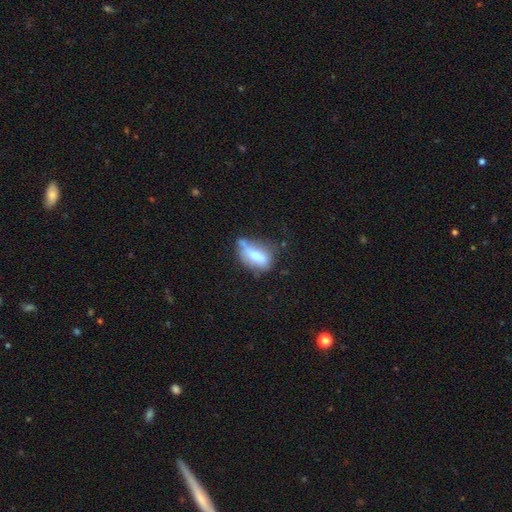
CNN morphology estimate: A smooth galaxy with no disk features (61%) that is in between round and cigar-shaped (71%).

Vote fractions:
- Smooth or featured? smooth: 61% / featured or disk: 31% / star or artifact: 9%
- How rounded? in between: 71% / cigar-shaped: 24% / round: 5%
- Merging? none: 39% / minor disturbance: 30% / major disturbance: 16% / merger: 16%